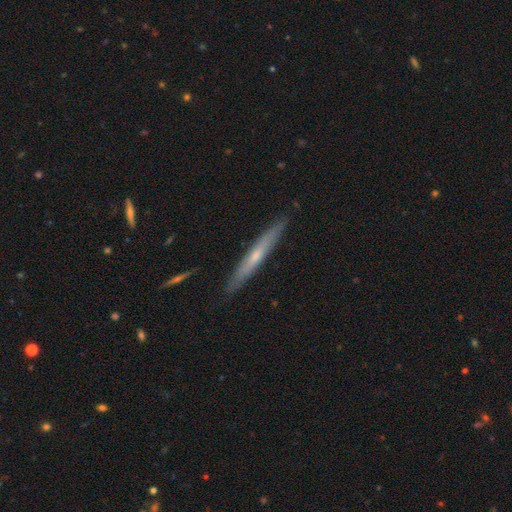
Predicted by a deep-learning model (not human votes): A featured or disk galaxy (57%) viewed edge-on (94%) with a rounded central bulge (51%).

Vote fractions:
- Smooth or featured? featured or disk: 57% / smooth: 37% / star or artifact: 6%
- Edge-on disk? yes: 94% / no: 6%
- Edge-on bulge? rounded: 51% / none: 46% / boxy: 3%
- Merging? none: 89% / minor disturbance: 8% / major disturbance: 1% / merger: 1%